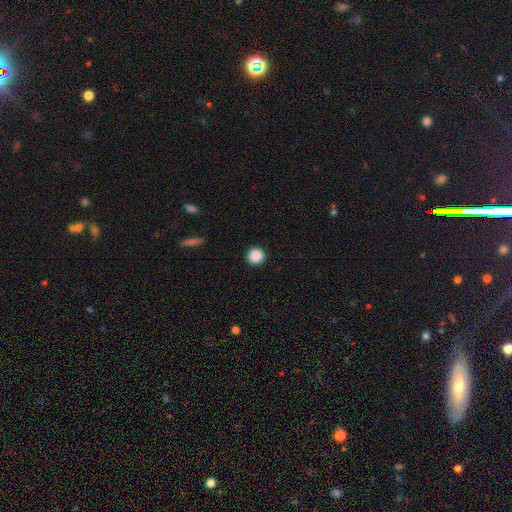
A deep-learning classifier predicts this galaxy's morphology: Smooth or featured: smooth — 89% (star or artifact — 9%)
How rounded: round — 95% (in between — 4%)
Merging: none — 93% (minor disturbance — 5%)